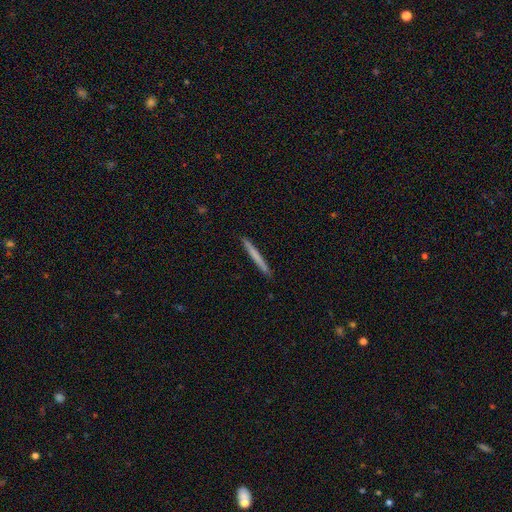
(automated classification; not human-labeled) A smooth galaxy with no disk features (66%) that is cigar-shaped (97%).

Vote fractions:
- Smooth or featured? smooth: 66% / featured or disk: 28% / star or artifact: 5%
- How rounded? cigar-shaped: 97% / in between: 2% / round: 1%
- Merging? none: 92% / minor disturbance: 5% / major disturbance: 1% / merger: 1%